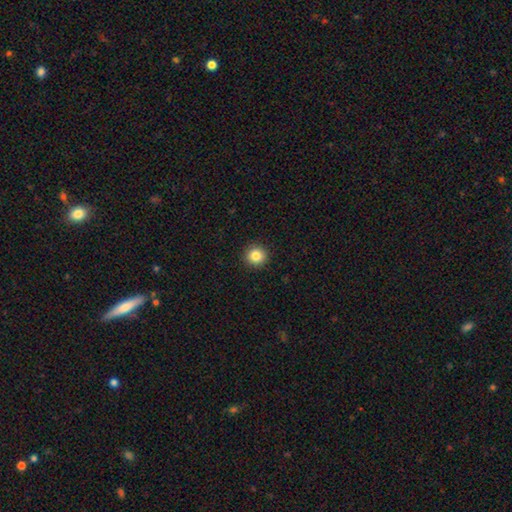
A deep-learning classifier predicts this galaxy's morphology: Smooth or featured? smooth (84%)
How rounded? round (95%)
Merging? none (93%)